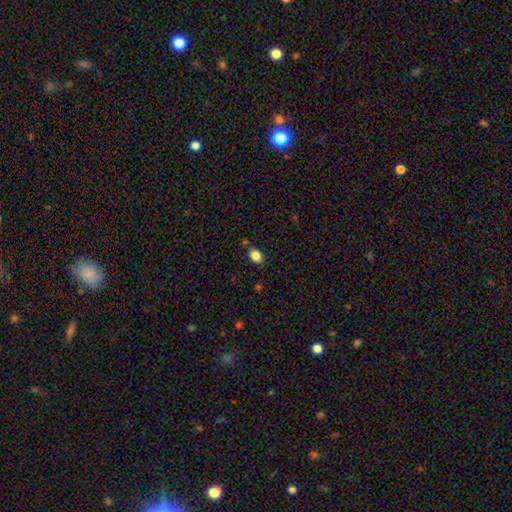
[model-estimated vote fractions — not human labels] Smooth or featured? smooth (85%)
How rounded? in between (70%)
Merging? none (80%)